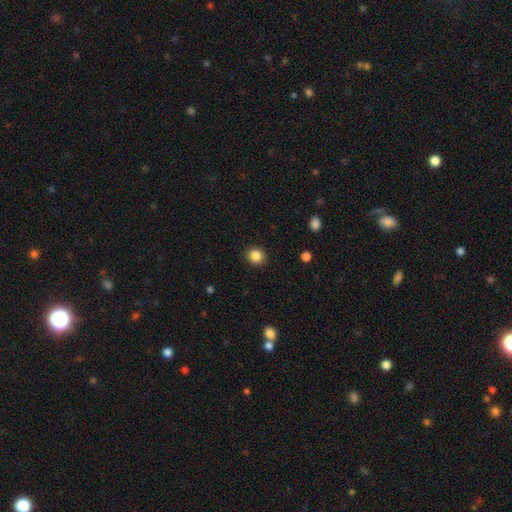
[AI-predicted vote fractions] Morphology: type=smooth (86%); roundness=round (84%); merging=none (91%).